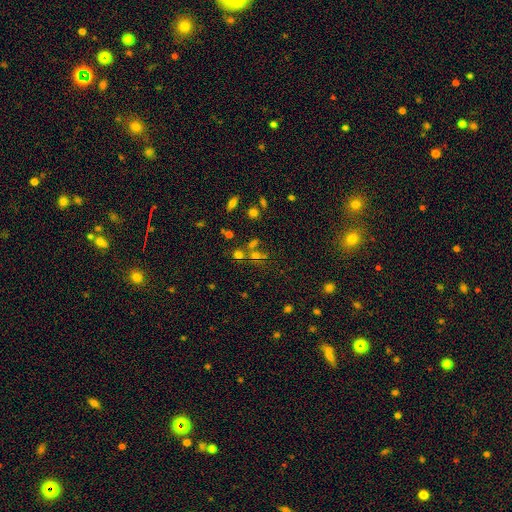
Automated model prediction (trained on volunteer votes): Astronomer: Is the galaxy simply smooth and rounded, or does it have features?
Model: smooth — 45% (runner-up: star or artifact, 39%).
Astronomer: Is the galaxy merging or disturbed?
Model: none — 48% (runner-up: merger, 32%).